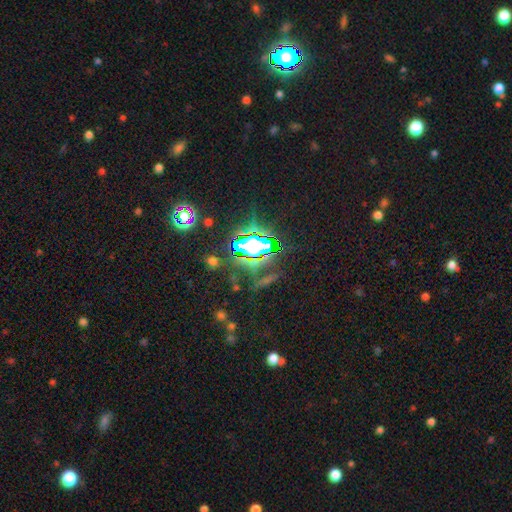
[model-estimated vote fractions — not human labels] The model was most divided on "smooth or featured": star or artifact: 83%, smooth: 9%, featured or disk: 8%.